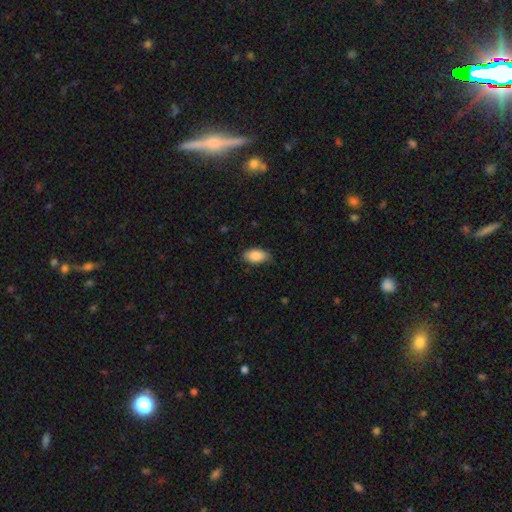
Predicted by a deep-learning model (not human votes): Smooth or featured: smooth — 88% (star or artifact — 7%)
How rounded: in between — 94% (round — 4%)
Merging: none — 76% (minor disturbance — 20%)